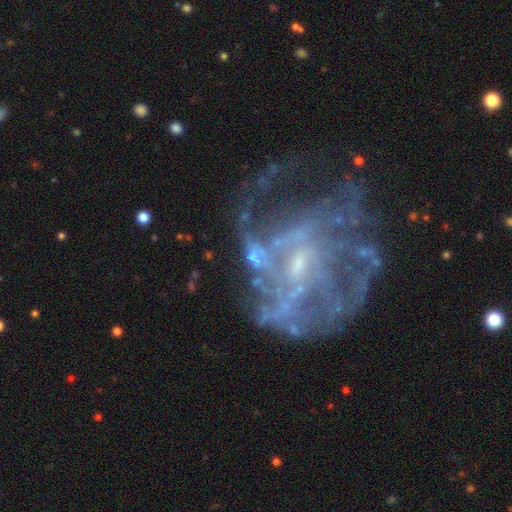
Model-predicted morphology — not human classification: This is likely a featured or disk galaxy (61%). It is clearly not viewed edge-on (93%). Bar: possibly no (51%). Spiral arm pattern: likely yes (64%). Central bulge: marginally small (37%). Merging: marginally none (45%).